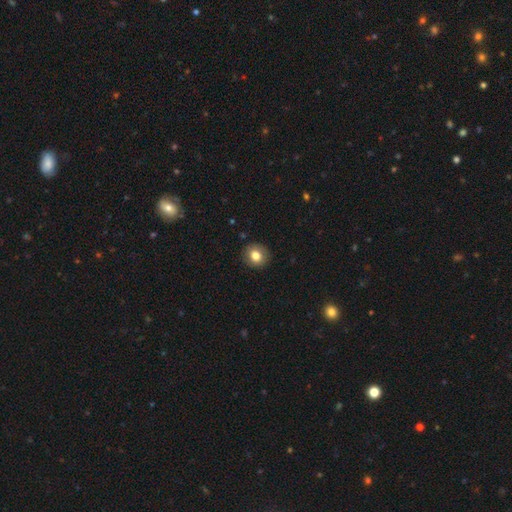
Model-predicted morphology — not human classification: Smooth or featured?
  - smooth: 80% *
  - featured or disk: 11%
  - star or artifact: 9%
How rounded?
  - round: 82% *
  - in between: 17%
  - cigar-shaped: 1%
Merging?
  - none: 89% *
  - minor disturbance: 8%
  - major disturbance: 2%
  - merger: 1%